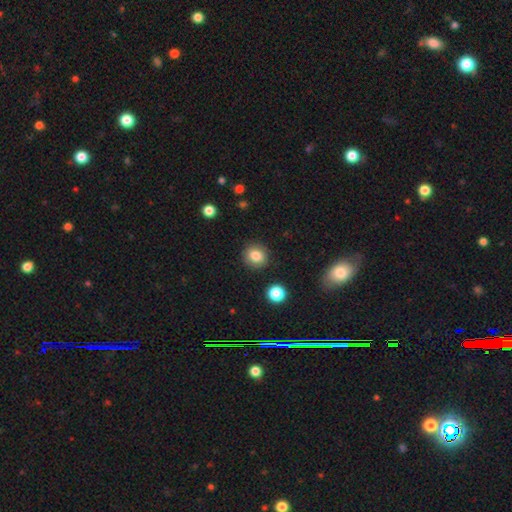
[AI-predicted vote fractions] smooth 83%, star or artifact 10%, featured or disk 7%. Down the decision tree: how rounded — round (80%); merging — none (88%).